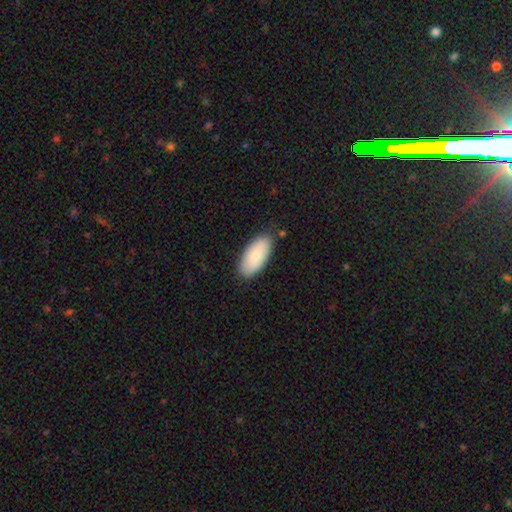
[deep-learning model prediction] This appears to be a smooth galaxy with no disk features (78%) that is in between round and cigar-shaped (92%). Merging: none (82%).